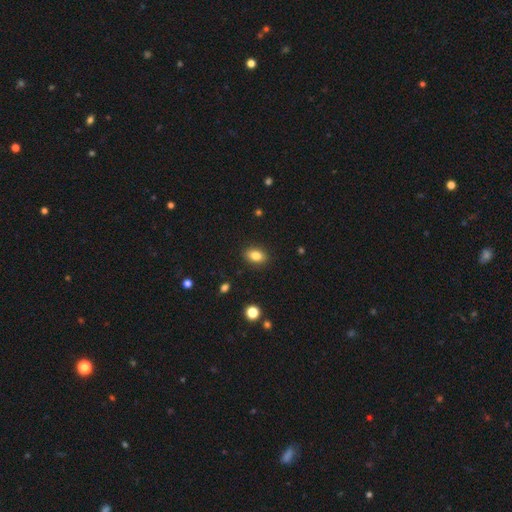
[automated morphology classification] Smooth or featured?
  - smooth: 84% *
  - star or artifact: 9%
  - featured or disk: 7%
How rounded?
  - in between: 82% *
  - round: 16%
  - cigar-shaped: 2%
Merging?
  - none: 88% *
  - minor disturbance: 9%
  - major disturbance: 2%
  - merger: 1%